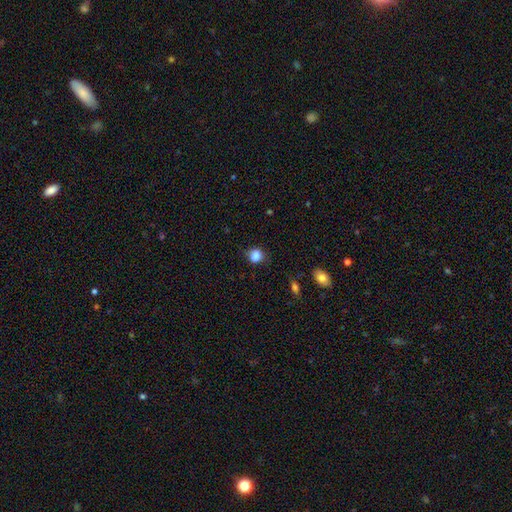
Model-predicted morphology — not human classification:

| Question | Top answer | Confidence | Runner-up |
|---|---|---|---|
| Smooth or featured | smooth | 85% | star or artifact (10%) |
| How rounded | round | 78% | in between (21%) |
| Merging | none | 78% | minor disturbance (17%) |